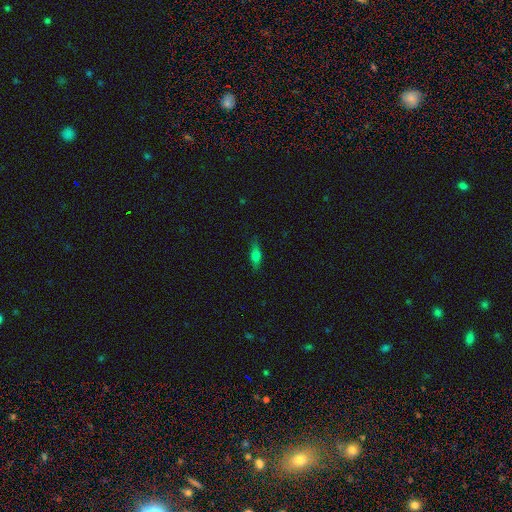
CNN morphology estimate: type=smooth (49%); merging=none (84%).